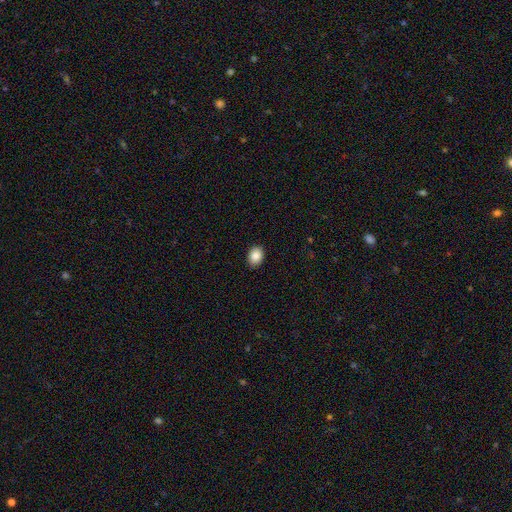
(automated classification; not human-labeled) The model was most divided on "how rounded": in between: 67%, round: 32%, cigar-shaped: 1%. More confident: merging — none (89%); smooth or featured — smooth (88%).